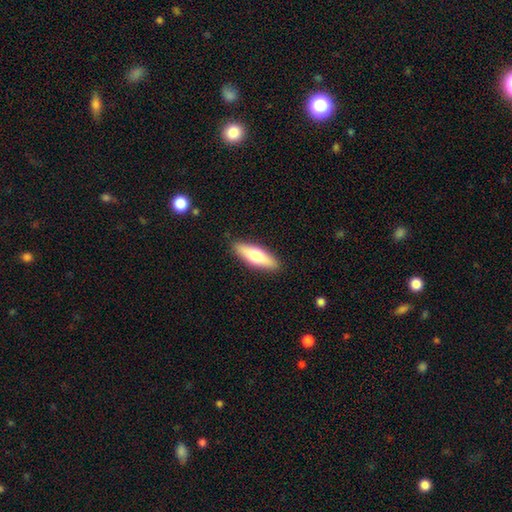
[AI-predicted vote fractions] Q: Smooth or featured?
A: smooth (63%); runner-up: featured or disk (31%)
Q: How rounded?
A: cigar-shaped (51%); runner-up: in between (46%)
Q: Merging?
A: none (89%); runner-up: minor disturbance (8%)